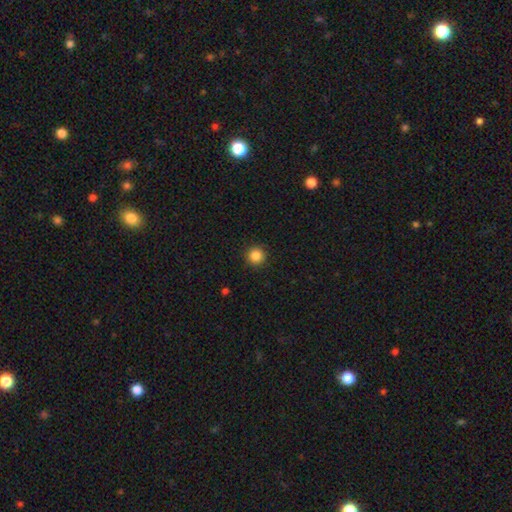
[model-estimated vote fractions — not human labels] A smooth galaxy with no disk features (86%) that is round (96%). Merging: none (92%).